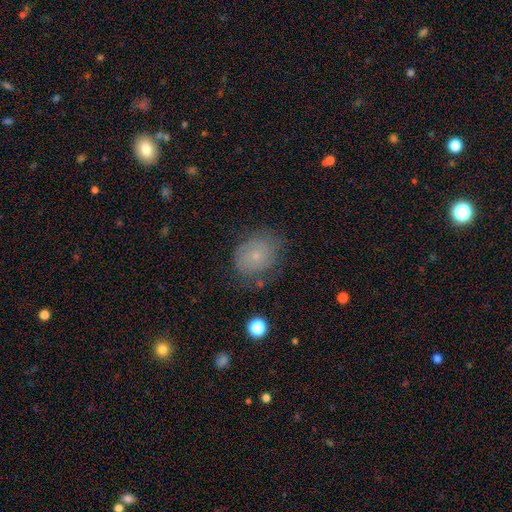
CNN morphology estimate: smooth-or-featured: smooth: 58% | featured or disk: 30% | star or artifact: 12%
  how-rounded: round: 53% | in between: 46% | cigar-shaped: 1%
  merging: none: 65% | minor disturbance: 23% | major disturbance: 10% | merger: 2%